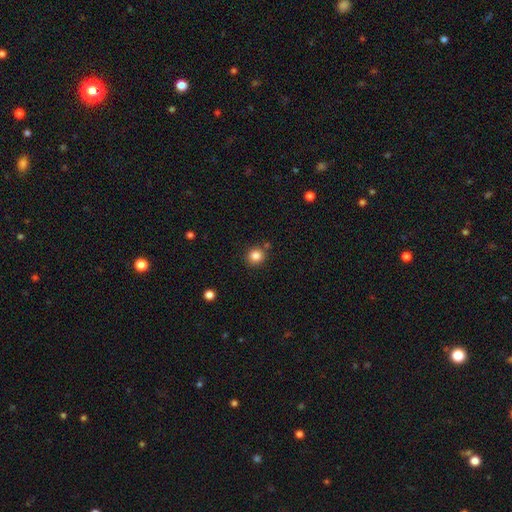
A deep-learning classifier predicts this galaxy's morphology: Q: Smooth or featured?
A: smooth (84%); runner-up: star or artifact (11%)
Q: How rounded?
A: round (87%); runner-up: in between (12%)
Q: Merging?
A: none (83%); runner-up: minor disturbance (9%)